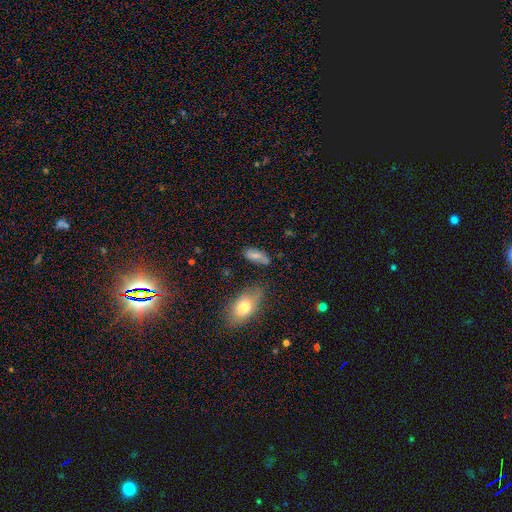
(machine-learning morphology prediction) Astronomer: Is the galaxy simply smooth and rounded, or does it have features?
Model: smooth — 66%.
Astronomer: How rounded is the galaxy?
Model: in between — 82%.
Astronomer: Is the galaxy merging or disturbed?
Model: none — 59%.